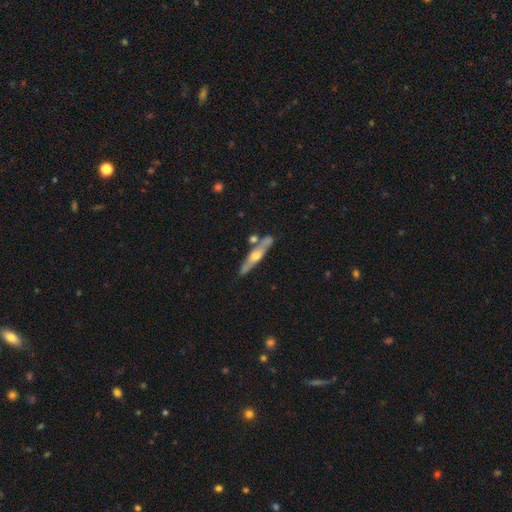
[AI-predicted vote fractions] featured or disk 64%, smooth 30%, star or artifact 6%. Down the decision tree: edge-on disk — yes (86%); edge-on bulge — rounded (89%); merging — none (74%).